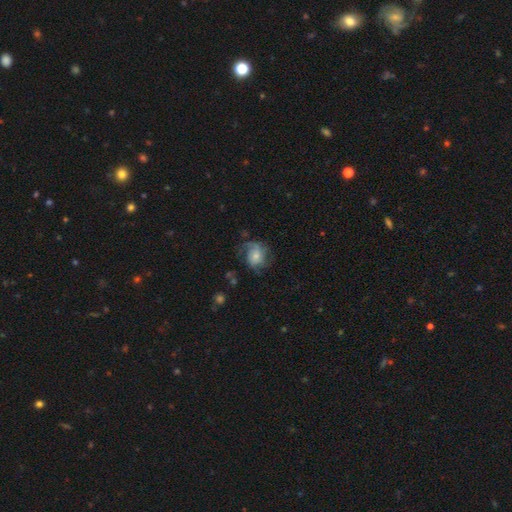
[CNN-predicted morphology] Overall: featured or disk (61%; smooth 31%). Edge-on disk: no (97%). Bar: no (68%). Spiral arms: yes (87%). Spiral arm count: 2 (34%; can't tell 26%). Spiral winding: medium (43%; loose 31%). Bulge size: small (46%; moderate 41%). Merging: none (54%; minor disturbance 23%).